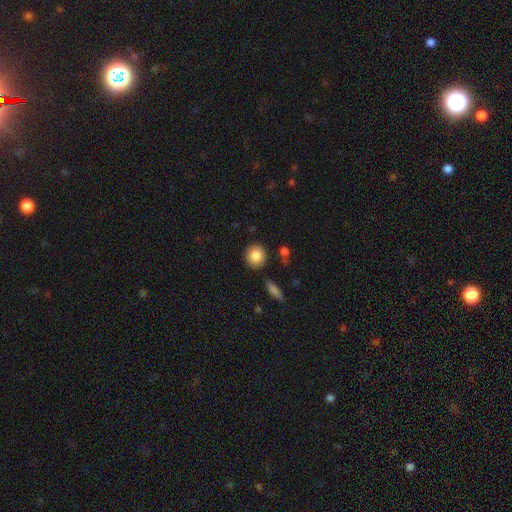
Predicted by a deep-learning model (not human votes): Smooth or featured? smooth (86%)
How rounded? round (87%)
Merging? none (87%)